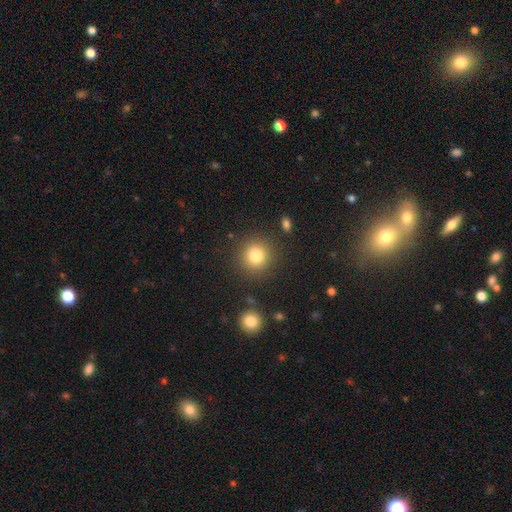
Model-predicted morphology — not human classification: A smooth galaxy with no disk features (82%) that is round (91%).

Vote fractions:
- Smooth or featured? smooth: 82% / star or artifact: 11% / featured or disk: 7%
- How rounded? round: 91% / in between: 8% / cigar-shaped: 1%
- Merging? none: 86% / minor disturbance: 8% / major disturbance: 3% / merger: 3%